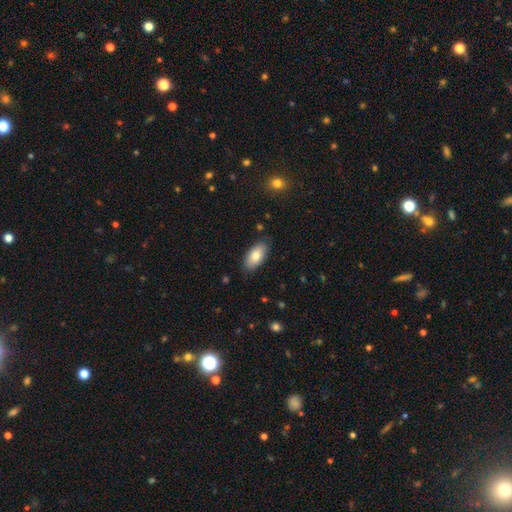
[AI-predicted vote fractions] This is likely a smooth galaxy (79%). How rounded: clearly in between (92%). Merging: clearly none (85%).